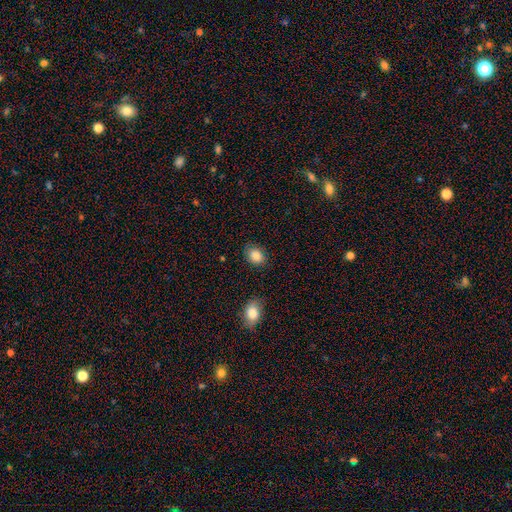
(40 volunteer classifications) Morphology: type=smooth (82%); roundness=in between (64%); merging=none (83%).